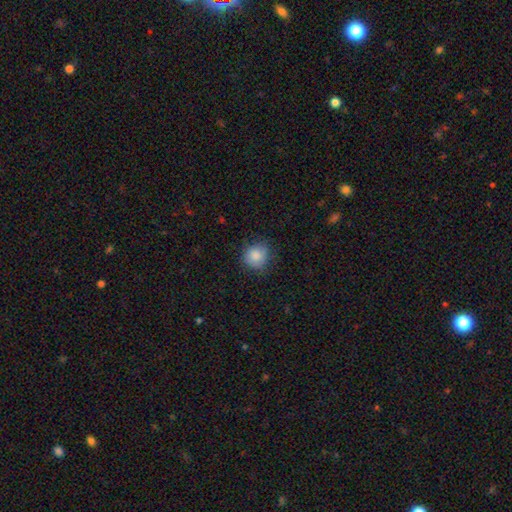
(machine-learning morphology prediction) Smooth or featured? Predicted: smooth (p=0.85). How rounded? Predicted: round (p=0.85). Merging? Predicted: none (p=0.74).